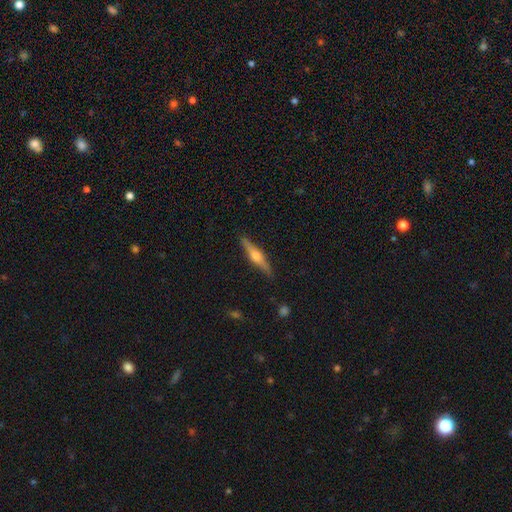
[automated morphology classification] Smooth or featured? featured or disk (70%)
Edge-on disk? yes (98%)
Edge-on bulge? rounded (85%)
Merging? none (88%)